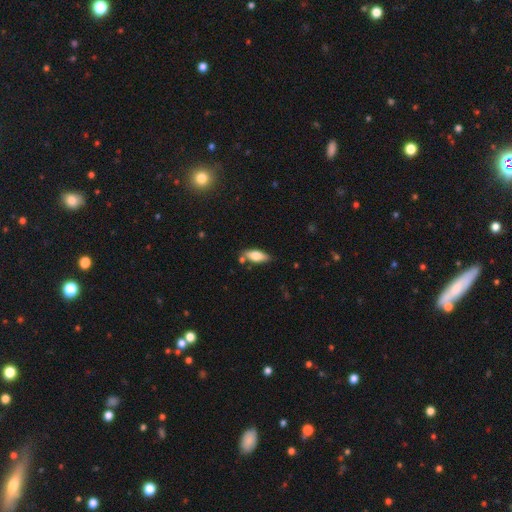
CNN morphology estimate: This is likely a smooth galaxy (73%). How rounded: likely in between (77%). Merging: likely none (75%).